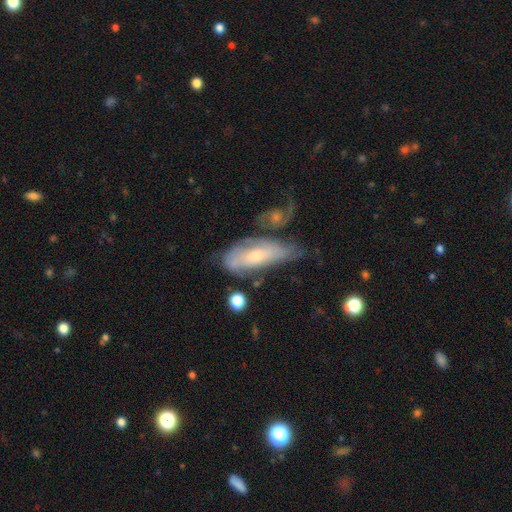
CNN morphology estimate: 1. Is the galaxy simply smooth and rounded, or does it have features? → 58% featured or disk, 34% smooth, 8% star or artifact.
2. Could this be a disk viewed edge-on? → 77% no, 23% yes.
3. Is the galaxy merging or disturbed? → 35% none, 24% minor disturbance, 21% merger, 20% major disturbance.